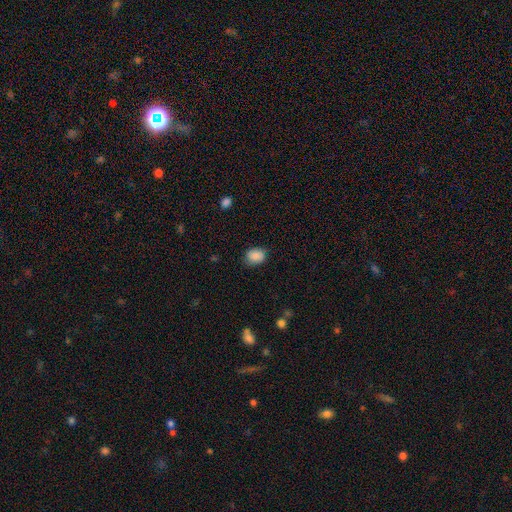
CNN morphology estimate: smooth 88%, star or artifact 8%, featured or disk 4%. Down the decision tree: how rounded — in between (61%); merging — none (78%).